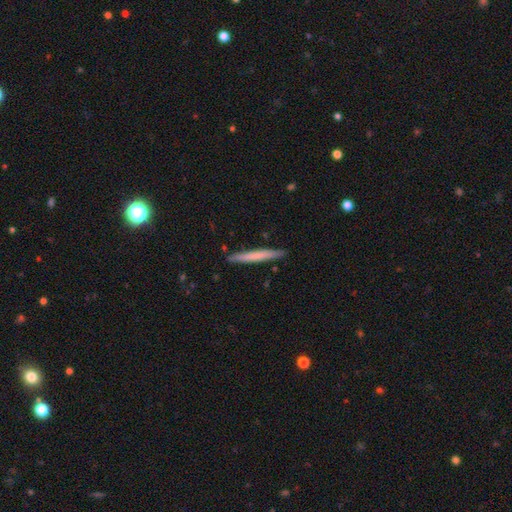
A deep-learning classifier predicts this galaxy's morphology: This is likely a smooth galaxy (63%). How rounded: clearly cigar-shaped (97%). Merging: clearly none (89%).